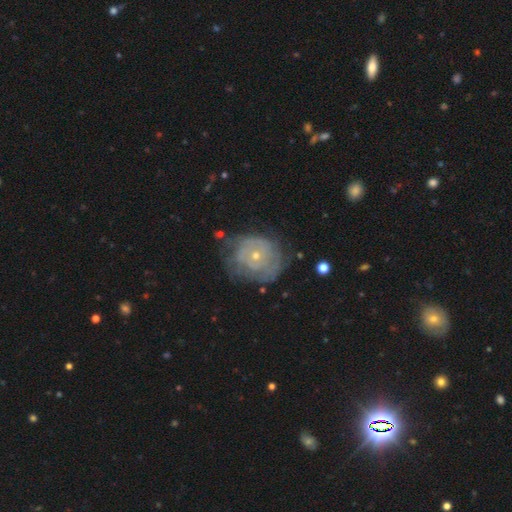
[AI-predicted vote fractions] Smooth or featured? featured or disk (71%)
Edge-on disk? no (97%)
Bar? no (84%)
Spiral arms? yes (72%)
Bulge size? small (67%)
Merging? none (62%)